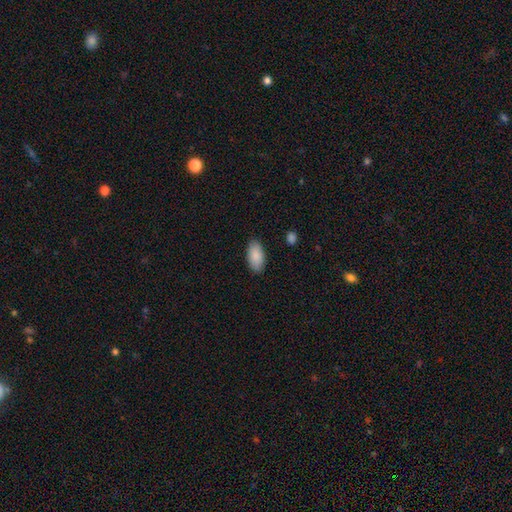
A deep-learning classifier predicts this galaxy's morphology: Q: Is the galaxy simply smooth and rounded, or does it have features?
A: smooth — 90%.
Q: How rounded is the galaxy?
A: in between — 94%.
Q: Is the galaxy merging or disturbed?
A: none — 88%.